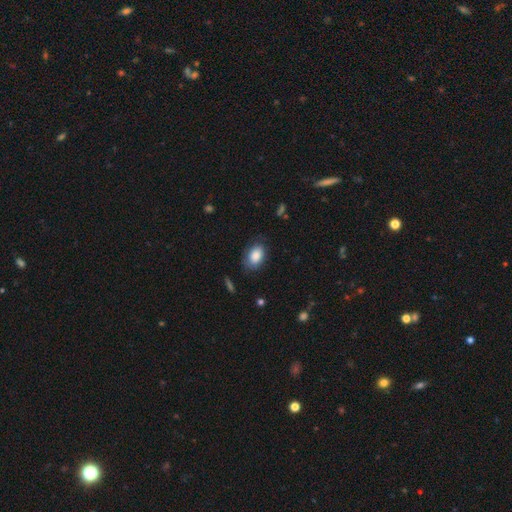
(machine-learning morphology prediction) Smooth or featured? smooth (84%)
How rounded? in between (85%)
Merging? none (76%)